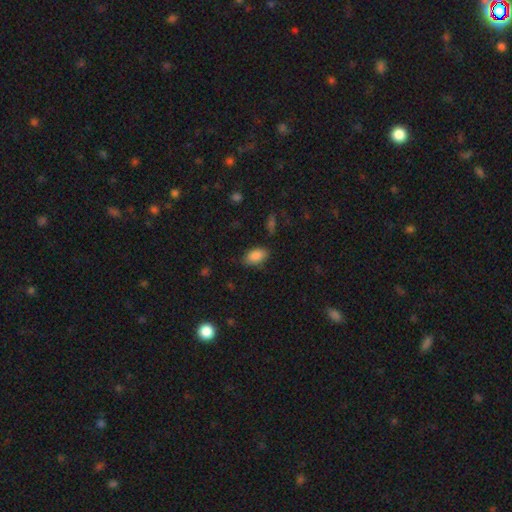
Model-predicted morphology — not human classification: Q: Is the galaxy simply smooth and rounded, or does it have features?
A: smooth — 87%.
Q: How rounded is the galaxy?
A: in between — 92%.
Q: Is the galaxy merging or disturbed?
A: none — 80%.